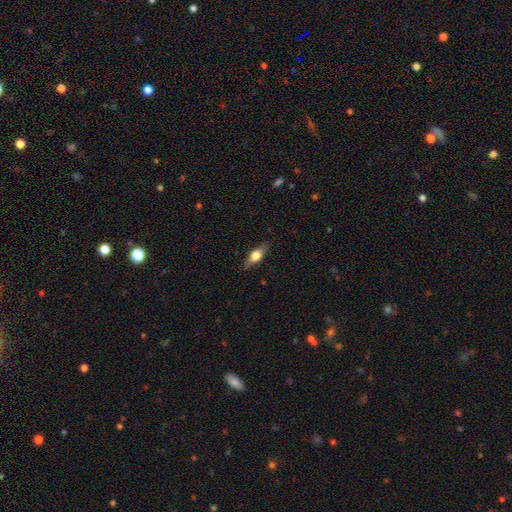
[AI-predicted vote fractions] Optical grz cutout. It shows a featured or disk galaxy (47%). Merging: none (84%).